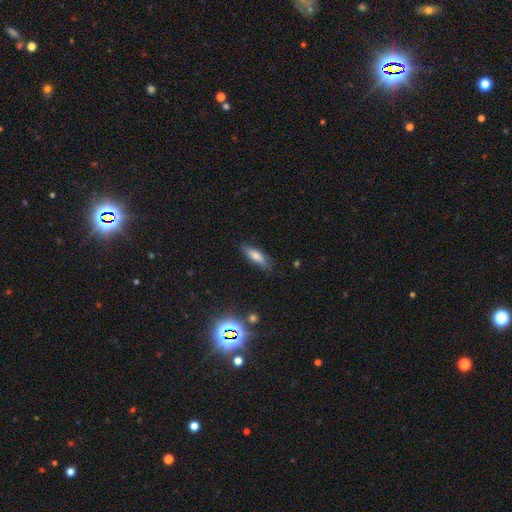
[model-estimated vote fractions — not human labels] smooth 69%, featured or disk 22%, star or artifact 9%. Down the decision tree: how rounded — cigar-shaped (57%); merging — none (79%).